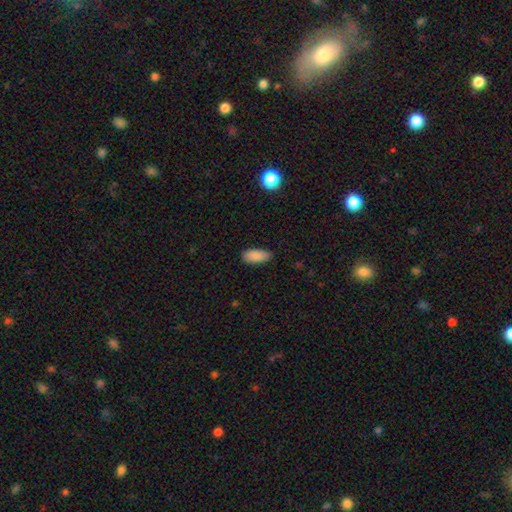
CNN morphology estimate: Smooth or featured: smooth — 88% (star or artifact — 7%)
How rounded: in between — 88% (cigar-shaped — 10%)
Merging: none — 77% (minor disturbance — 19%)